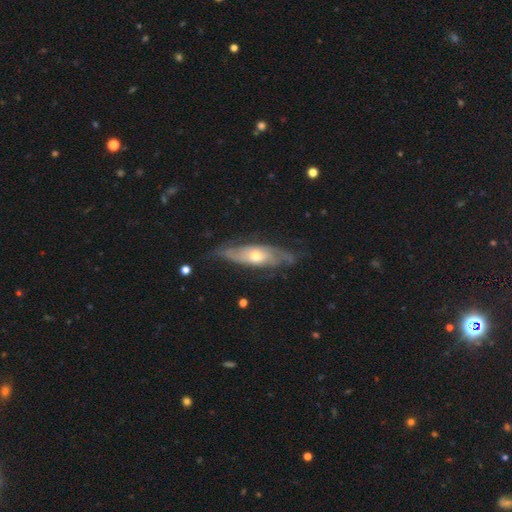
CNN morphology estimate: Overall: featured or disk (74%). Edge-on disk: no (75%). Bar: no (75%). Spiral arms: yes (83%). Bulge size: moderate (62%; small 32%). Merging: none (66%).